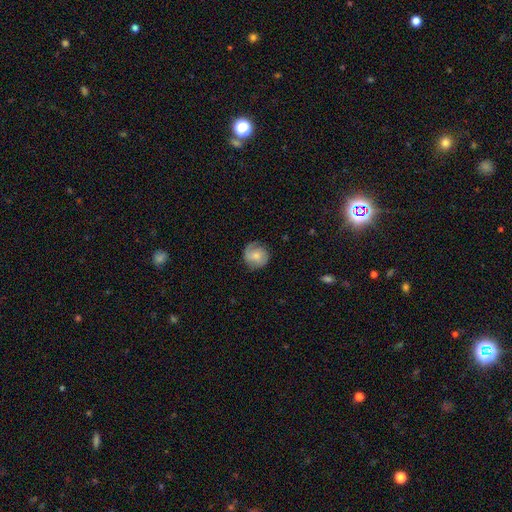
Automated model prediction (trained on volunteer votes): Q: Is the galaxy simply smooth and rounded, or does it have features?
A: smooth — 57%.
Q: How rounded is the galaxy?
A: round — 88%.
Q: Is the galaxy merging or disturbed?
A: none — 76%.